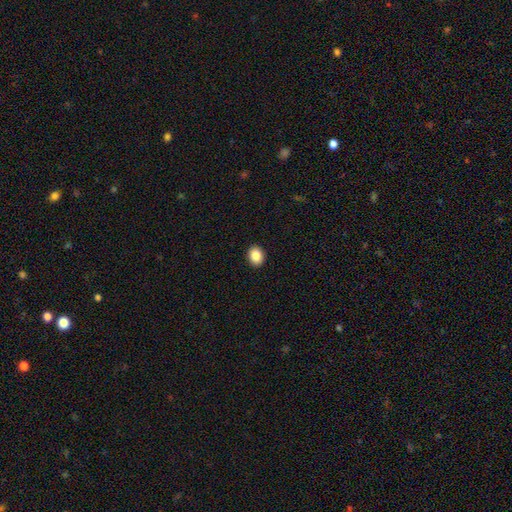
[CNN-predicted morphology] smooth_or_featured: smooth (p=0.87) [alt: star or artifact p=0.08]
how_rounded: in between (p=0.55) [alt: round p=0.44]
merging: none (p=0.92) [alt: minor disturbance p=0.05]